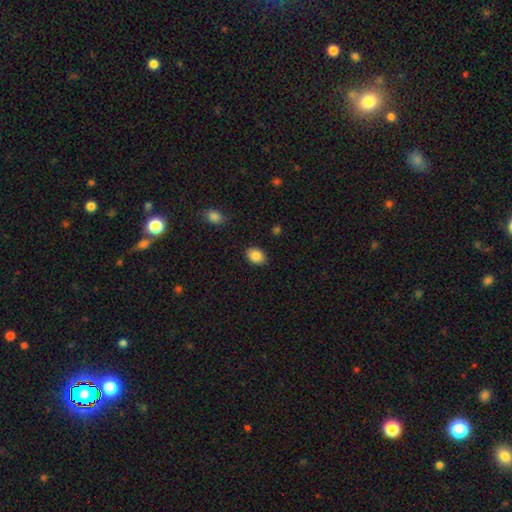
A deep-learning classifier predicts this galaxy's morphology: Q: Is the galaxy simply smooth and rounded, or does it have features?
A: smooth — 87%.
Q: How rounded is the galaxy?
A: in between — 67%.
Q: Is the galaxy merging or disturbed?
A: none — 88%.